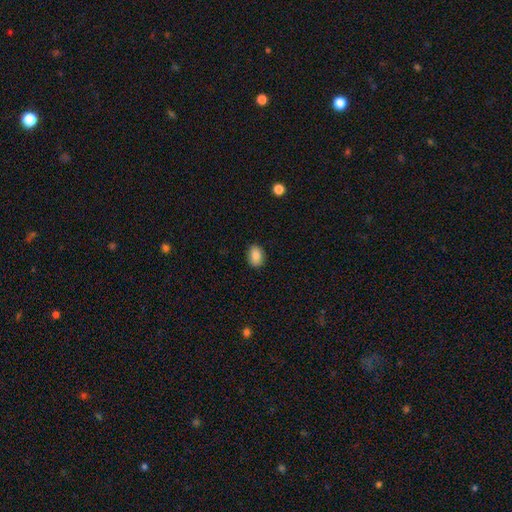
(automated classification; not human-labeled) Smooth or featured: smooth — 86% (star or artifact — 8%)
How rounded: in between — 77% (round — 22%)
Merging: none — 87% (minor disturbance — 10%)